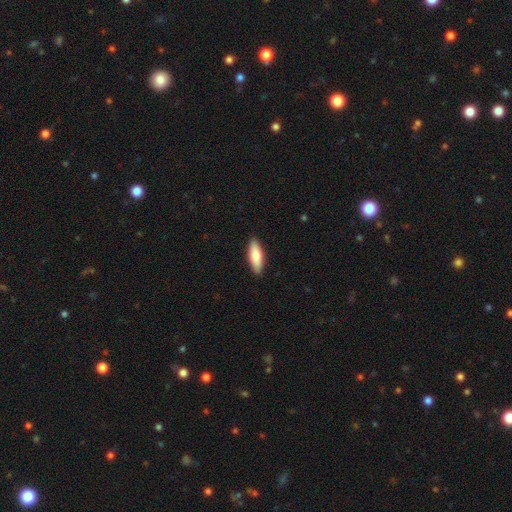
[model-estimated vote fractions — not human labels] This appears to be a smooth galaxy with no disk features (83%) that is in between round and cigar-shaped (56%). Merging: none (89%).